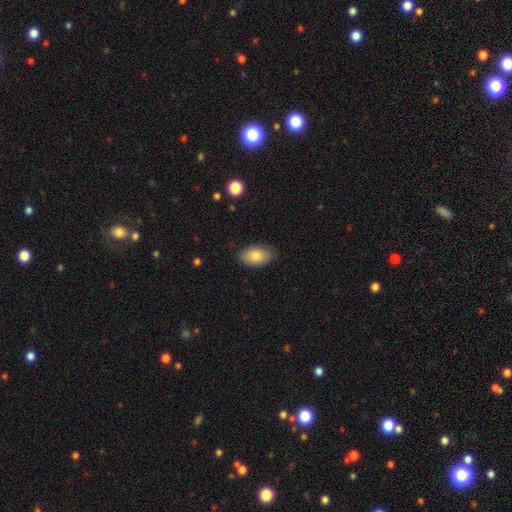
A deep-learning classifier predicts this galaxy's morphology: Smooth or featured?
  - smooth: 81% *
  - featured or disk: 12%
  - star or artifact: 6%
How rounded?
  - in between: 92% *
  - round: 6%
  - cigar-shaped: 1%
Merging?
  - none: 80% *
  - minor disturbance: 16%
  - major disturbance: 3%
  - merger: 1%